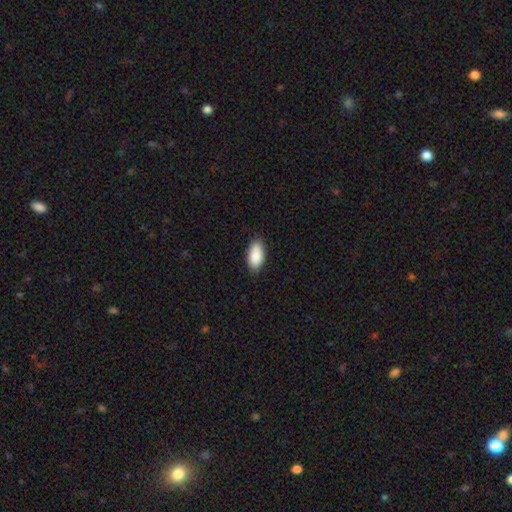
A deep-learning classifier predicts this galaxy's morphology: Smooth or featured?
  - smooth: 89% *
  - star or artifact: 6%
  - featured or disk: 5%
How rounded?
  - in between: 94% *
  - cigar-shaped: 4%
  - round: 2%
Merging?
  - none: 86% *
  - minor disturbance: 11%
  - major disturbance: 2%
  - merger: 1%